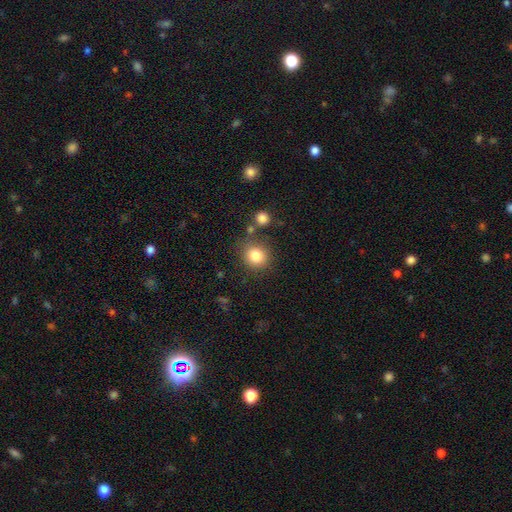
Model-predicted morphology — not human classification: Smooth or featured?
  - smooth: 82% *
  - star or artifact: 11%
  - featured or disk: 7%
How rounded?
  - round: 86% *
  - in between: 13%
  - cigar-shaped: 1%
Merging?
  - none: 78% *
  - minor disturbance: 11%
  - merger: 7%
  - major disturbance: 4%